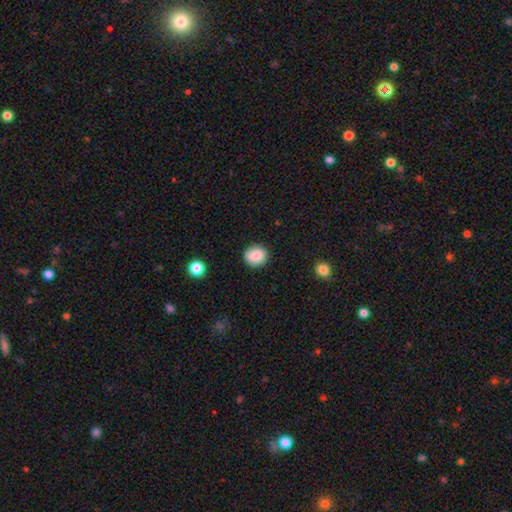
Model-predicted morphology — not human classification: Smooth or featured? Predicted: smooth (p=0.87). How rounded? Predicted: round (p=0.84). Merging? Predicted: none (p=0.88).